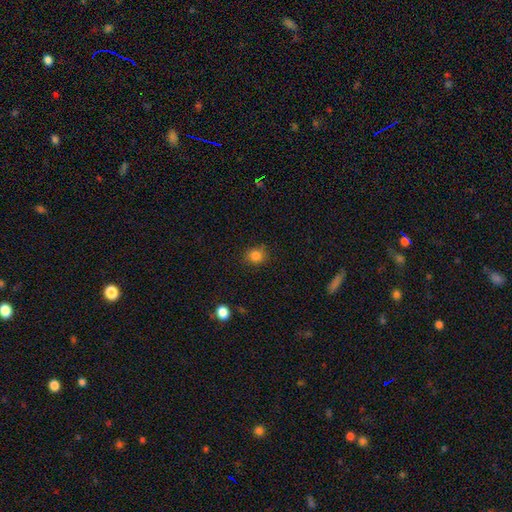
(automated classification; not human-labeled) Smooth or featured? smooth (83%)
How rounded? round (76%)
Merging? none (81%)